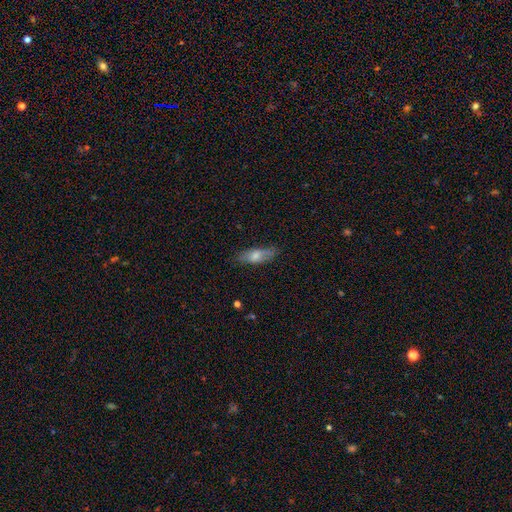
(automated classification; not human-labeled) Smooth or featured? Predicted: smooth (p=0.68). How rounded? Predicted: in between (p=0.61). Merging? Predicted: none (p=0.77).